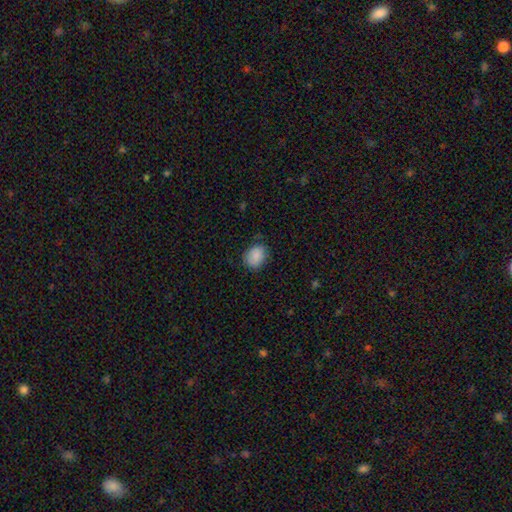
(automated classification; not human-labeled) smooth-or-featured: smooth: 88% | star or artifact: 7% | featured or disk: 4%
  how-rounded: in between: 55% | round: 44% | cigar-shaped: 1%
  merging: none: 78% | minor disturbance: 17% | major disturbance: 4% | merger: 1%